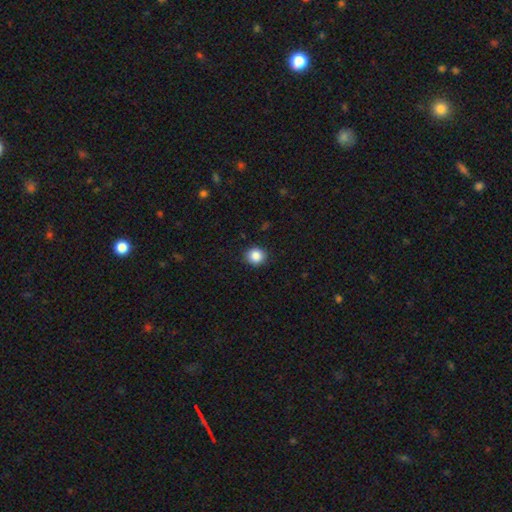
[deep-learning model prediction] Q: Smooth or featured?
A: smooth (86%); runner-up: star or artifact (10%)
Q: How rounded?
A: round (87%); runner-up: in between (12%)
Q: Merging?
A: none (91%); runner-up: minor disturbance (6%)